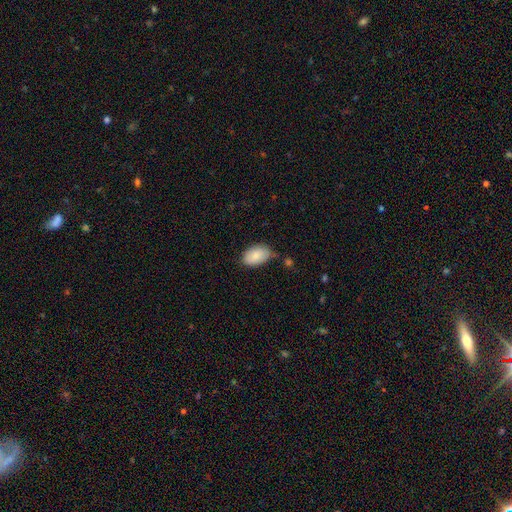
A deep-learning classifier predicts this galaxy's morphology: smooth 86%, featured or disk 8%, star or artifact 7%. Down the decision tree: how rounded — in between (93%); merging — none (67%).